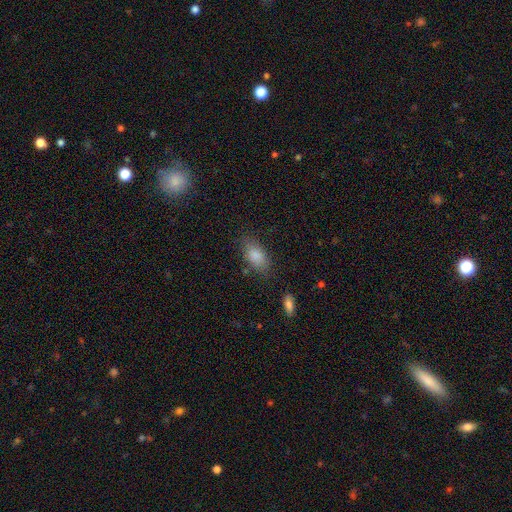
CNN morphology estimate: smooth 85%, star or artifact 8%, featured or disk 7%. Down the decision tree: how rounded — in between (89%); merging — none (75%).